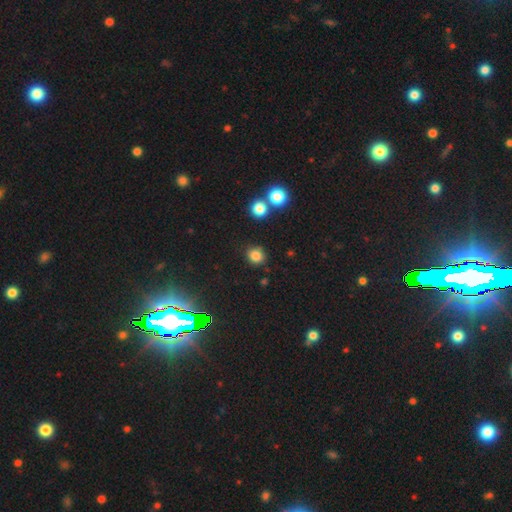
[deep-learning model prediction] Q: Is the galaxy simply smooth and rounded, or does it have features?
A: smooth — 80%.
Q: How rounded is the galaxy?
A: round — 80%.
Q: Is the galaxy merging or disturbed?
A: none — 82%.